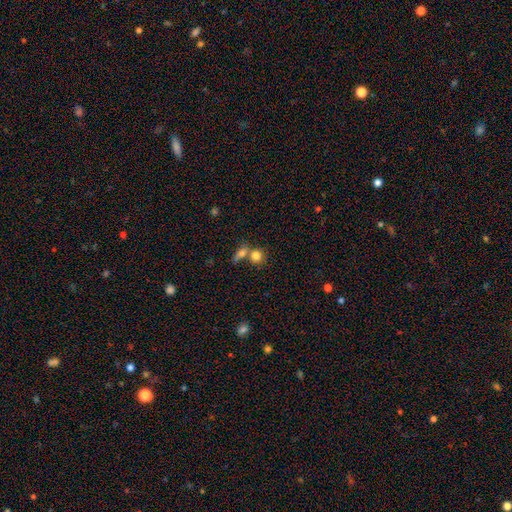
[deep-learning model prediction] This is clearly a smooth galaxy (80%). How rounded: clearly round (80%). Merging: possibly none (47%).